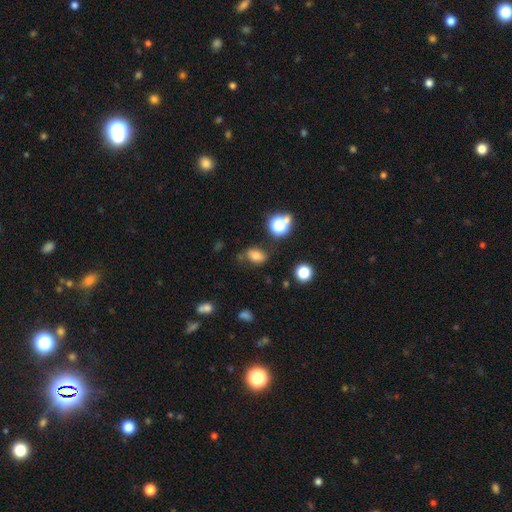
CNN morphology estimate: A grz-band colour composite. It shows a smooth galaxy with no disk features (72%) that is in between round and cigar-shaped (77%). Merging: none (71%).